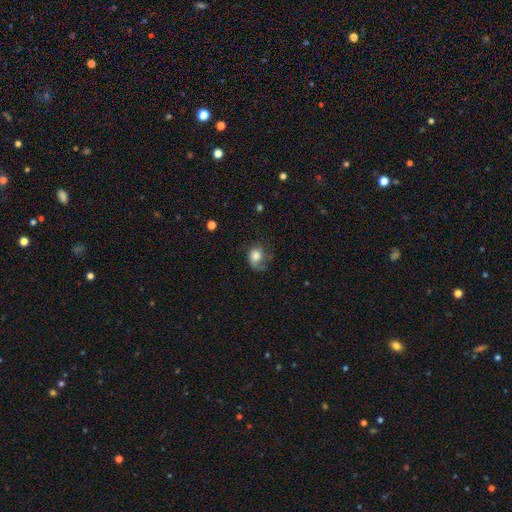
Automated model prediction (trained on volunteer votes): Smooth or featured? Predicted: smooth (p=0.63). How rounded? Predicted: round (p=0.54). Merging? Predicted: none (p=0.39).